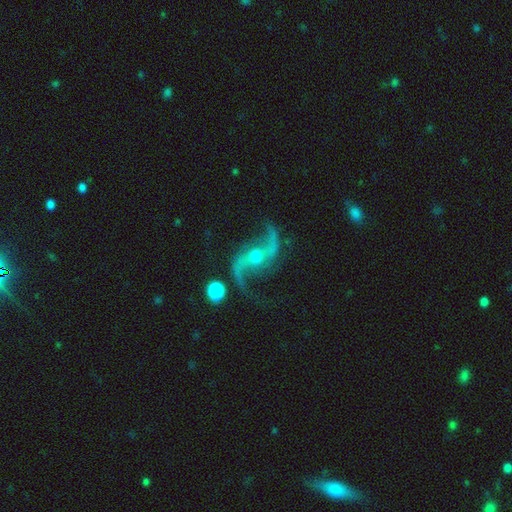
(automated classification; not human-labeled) Morphology: type=featured or disk (92%); edge-on=no (97%); bar=no (47%); spiral arms=yes (98%); winding=loose (83%); arm count=2 (94%); bulge=moderate (49%); merging=none (77%).